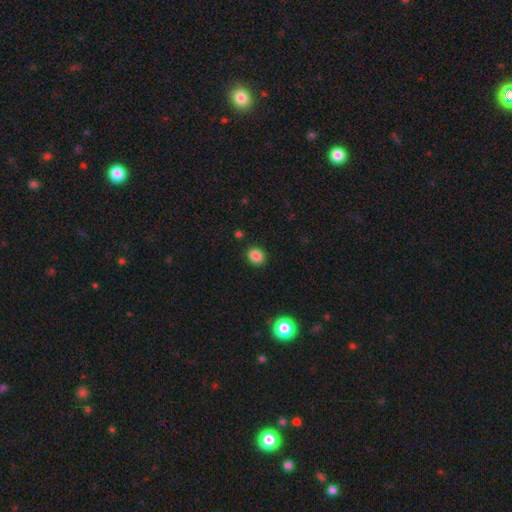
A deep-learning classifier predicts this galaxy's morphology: Q: Smooth or featured?
A: smooth (85%); runner-up: star or artifact (11%)
Q: How rounded?
A: round (67%); runner-up: in between (32%)
Q: Merging?
A: none (89%); runner-up: minor disturbance (7%)